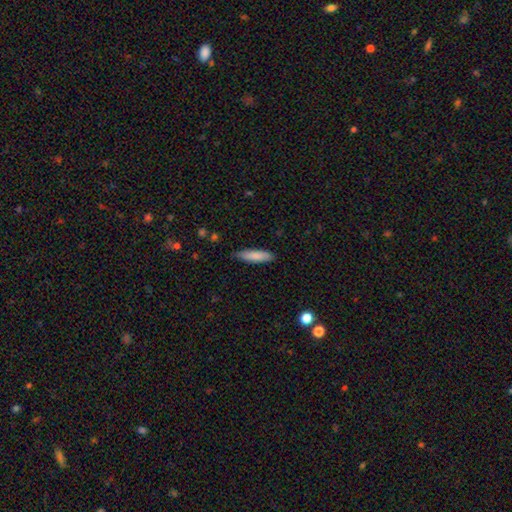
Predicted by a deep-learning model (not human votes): This appears to be a smooth galaxy with no disk features (83%) that is cigar-shaped (69%). Merging: none (83%).